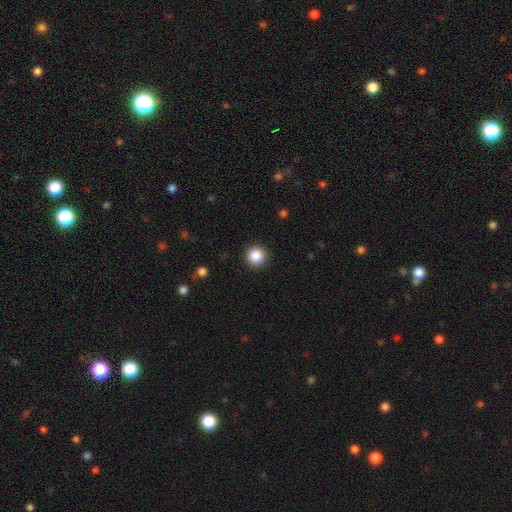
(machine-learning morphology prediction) This appears to be a smooth galaxy with no disk features (87%) that is round (96%). Merging: none (92%).